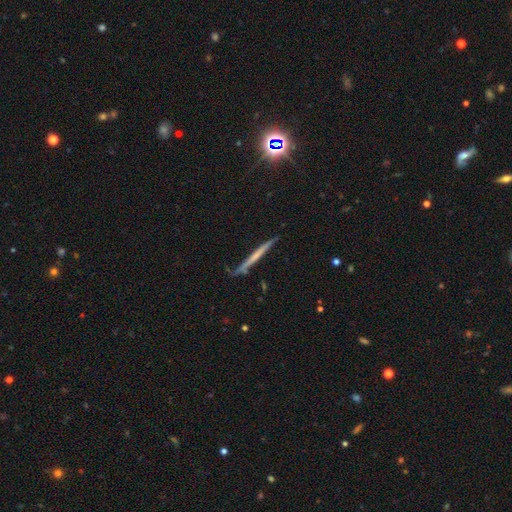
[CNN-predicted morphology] A featured or disk galaxy (55%) viewed edge-on (95%) with no central bulge (79%). Merging: none (75%).